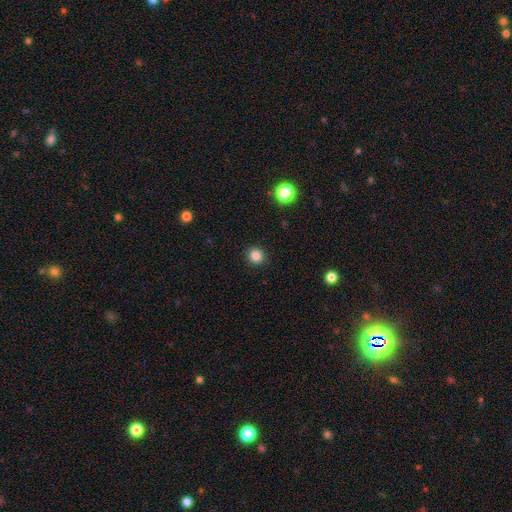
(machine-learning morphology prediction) Smooth or featured?
  - smooth: 84% *
  - star or artifact: 12%
  - featured or disk: 4%
How rounded?
  - round: 92% *
  - in between: 7%
  - cigar-shaped: 1%
Merging?
  - none: 92% *
  - minor disturbance: 5%
  - major disturbance: 2%
  - merger: 1%